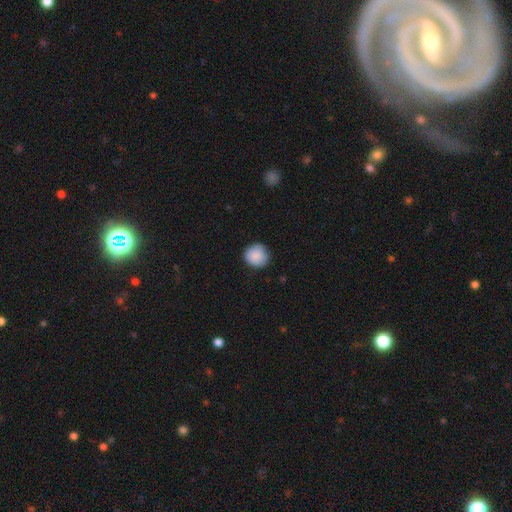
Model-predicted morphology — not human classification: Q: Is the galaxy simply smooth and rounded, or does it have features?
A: smooth — 88%.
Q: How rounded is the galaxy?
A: round — 90%.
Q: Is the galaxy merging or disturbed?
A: none — 84%.